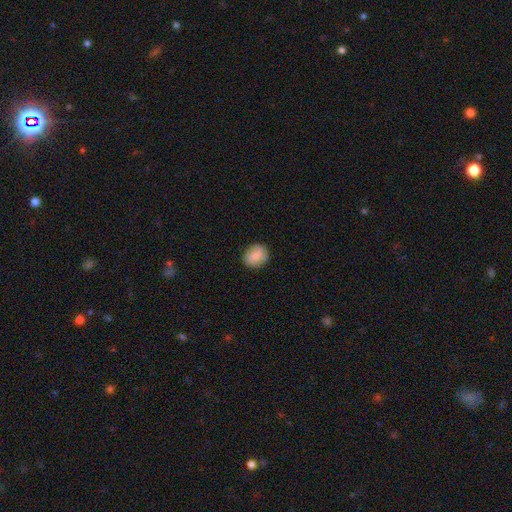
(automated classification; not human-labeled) Morphology: type=smooth (84%); roundness=round (60%); merging=none (85%).